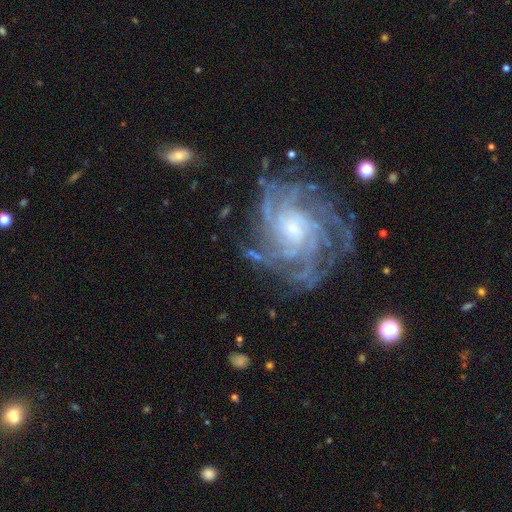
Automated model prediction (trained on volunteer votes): smooth_or_featured: featured or disk (p=0.88) [alt: star or artifact p=0.07]
disk_edge_on: no (p=0.97) [alt: yes p=0.03]
bar: no (p=0.70) [alt: weak p=0.23]
has_spiral_arms: yes (p=0.98) [alt: no p=0.02]
spiral_winding: tight (p=0.65) [alt: medium p=0.29]
spiral_arm_count: more than 4 (p=0.33) [alt: 4 p=0.25]
bulge_size: small (p=0.78) [alt: moderate p=0.17]
merging: none (p=0.73) [alt: minor disturbance p=0.15]